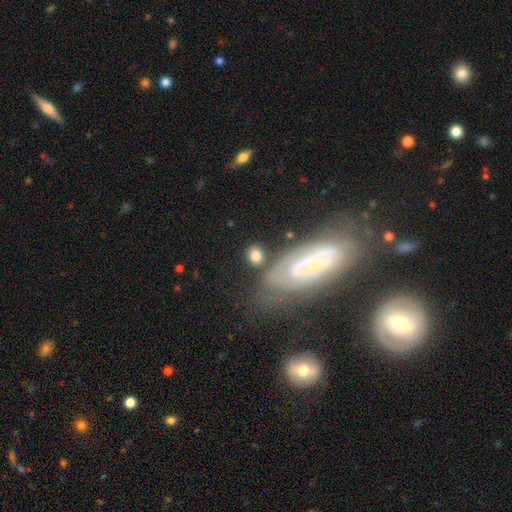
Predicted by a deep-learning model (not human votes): Overall: smooth (76%). How rounded: round (52%; in between 45%). Merging: none (70%).